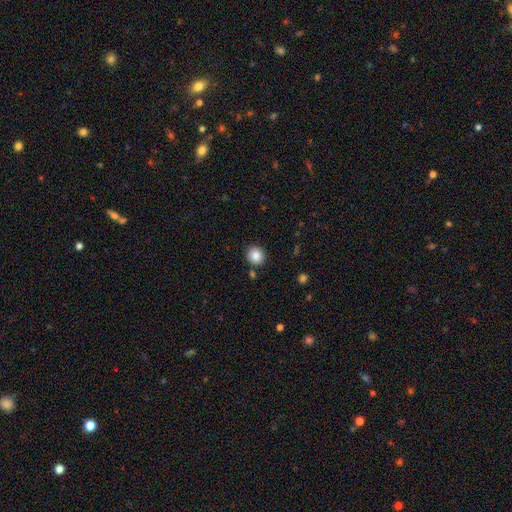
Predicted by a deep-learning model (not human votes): Smooth or featured: smooth — 85% (star or artifact — 10%)
How rounded: round — 87% (in between — 12%)
Merging: none — 87% (minor disturbance — 7%)